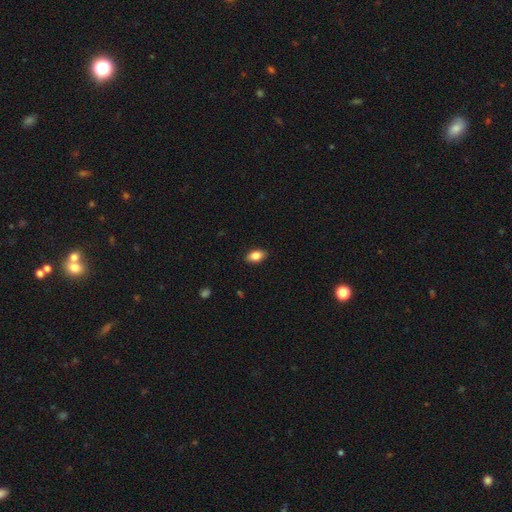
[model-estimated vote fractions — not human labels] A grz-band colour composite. It shows a smooth galaxy with no disk features (85%) that is in between round and cigar-shaped (90%). Merging: none (88%).